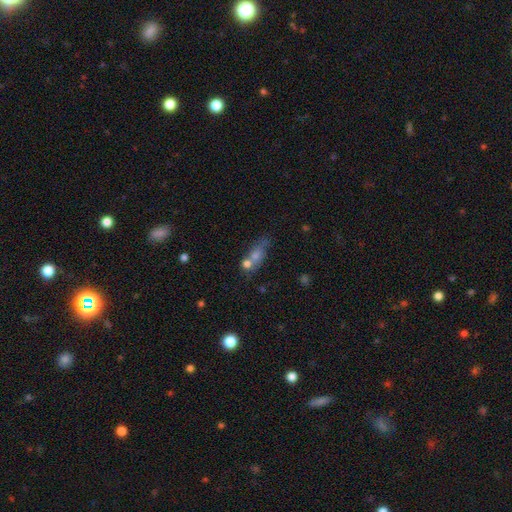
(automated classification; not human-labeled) Morphology: type=smooth (59%); roundness=in between (51%); merging=none (44%).